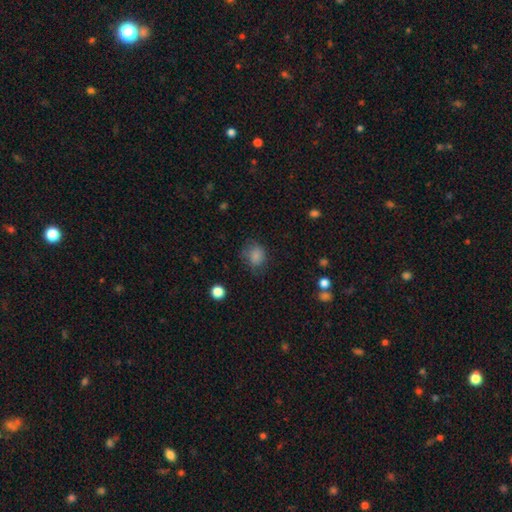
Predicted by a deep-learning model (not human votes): Smooth or featured? smooth (82%)
How rounded? round (61%)
Merging? none (63%)